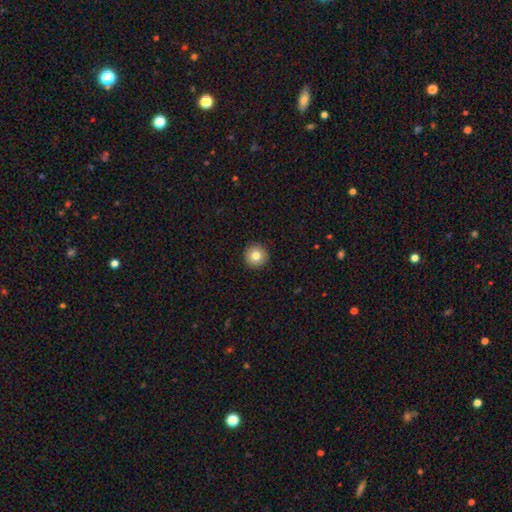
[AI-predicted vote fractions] Q: Smooth or featured?
A: smooth (81%); runner-up: featured or disk (10%)
Q: How rounded?
A: round (96%); runner-up: in between (3%)
Q: Merging?
A: none (93%); runner-up: minor disturbance (4%)